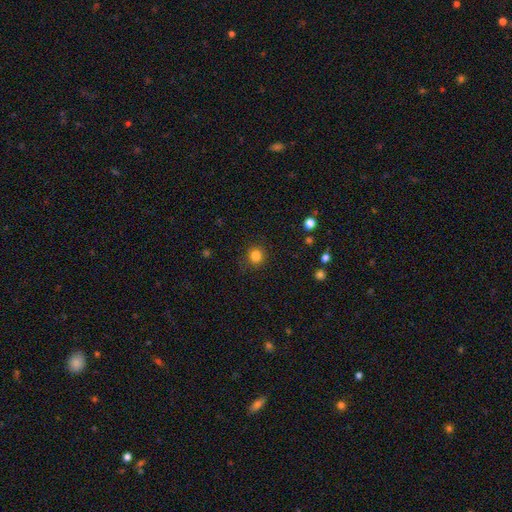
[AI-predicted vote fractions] This appears to be a smooth galaxy with no disk features (83%) that is round (90%). Merging: none (88%).